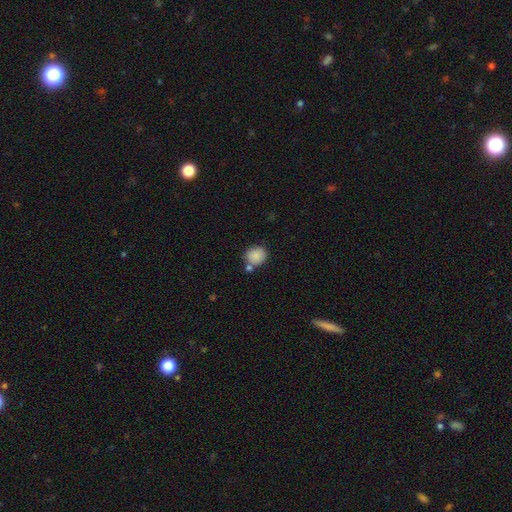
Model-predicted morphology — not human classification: Smooth or featured: smooth — 86% (star or artifact — 8%)
How rounded: round — 79% (in between — 20%)
Merging: none — 64% (merger — 20%)